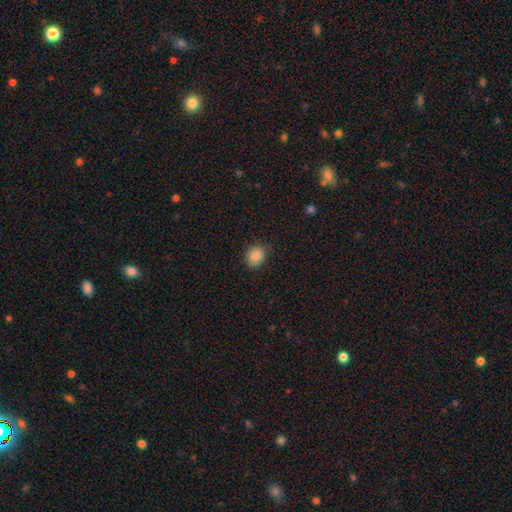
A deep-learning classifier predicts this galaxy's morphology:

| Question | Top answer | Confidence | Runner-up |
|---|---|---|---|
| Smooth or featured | smooth | 86% | star or artifact (9%) |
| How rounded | round | 60% | in between (40%) |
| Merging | none | 81% | minor disturbance (15%) |